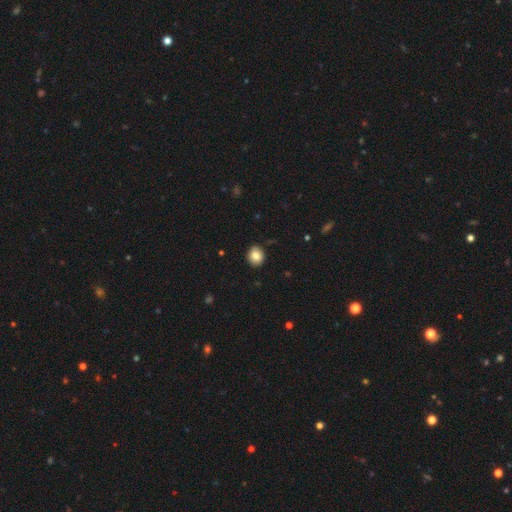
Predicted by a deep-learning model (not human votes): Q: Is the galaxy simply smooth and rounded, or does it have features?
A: smooth — 84%.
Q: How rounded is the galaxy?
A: round — 73%.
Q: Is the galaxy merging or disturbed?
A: none — 90%.